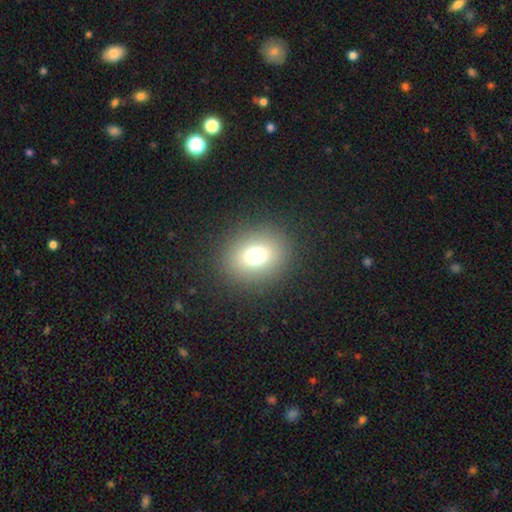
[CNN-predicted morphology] This appears to be a smooth galaxy with no disk features (73%) that is round (63%). Merging: none (88%).